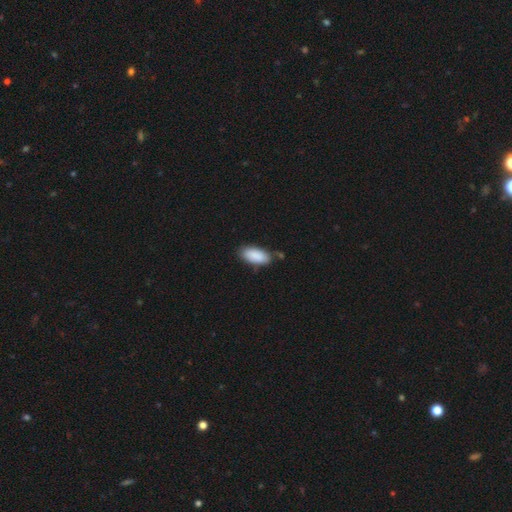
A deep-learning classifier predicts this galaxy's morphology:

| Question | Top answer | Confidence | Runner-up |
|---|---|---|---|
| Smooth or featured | smooth | 88% | star or artifact (6%) |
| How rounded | in between | 89% | cigar-shaped (9%) |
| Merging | none | 71% | minor disturbance (20%) |